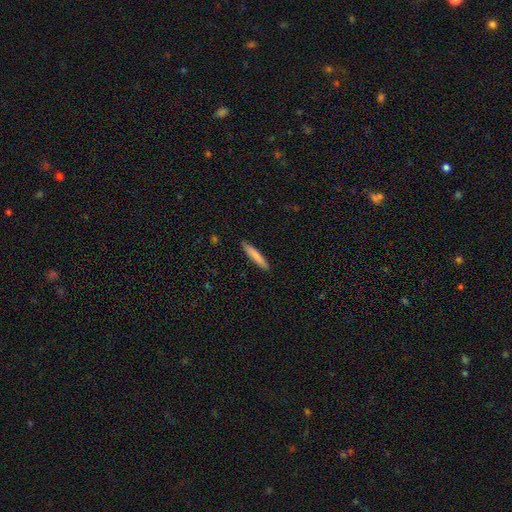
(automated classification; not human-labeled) smooth 80%, featured or disk 14%, star or artifact 5%. Down the decision tree: how rounded — cigar-shaped (93%); merging — none (90%).